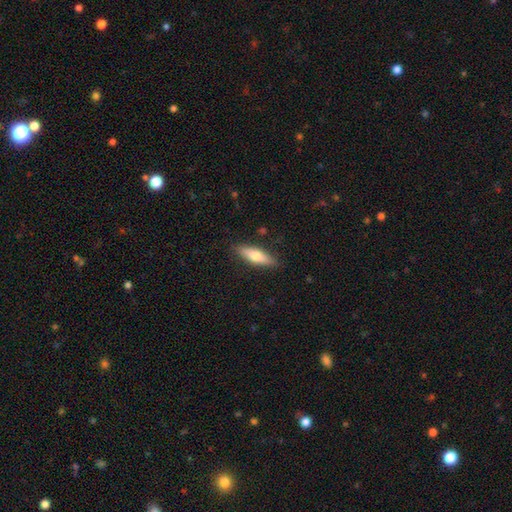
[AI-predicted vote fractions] smooth_or_featured: smooth (p=0.64) [alt: featured or disk p=0.30]
how_rounded: cigar-shaped (p=0.56) [alt: in between p=0.42]
merging: none (p=0.87) [alt: minor disturbance p=0.10]